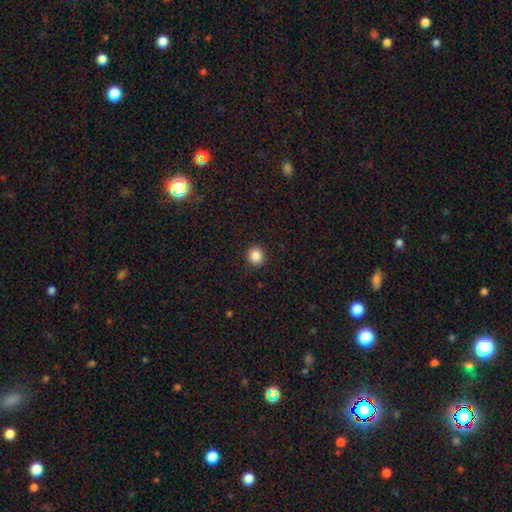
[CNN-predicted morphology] smooth_or_featured: smooth (p=0.86) [alt: star or artifact p=0.10]
how_rounded: round (p=0.86) [alt: in between p=0.13]
merging: none (p=0.91) [alt: minor disturbance p=0.06]